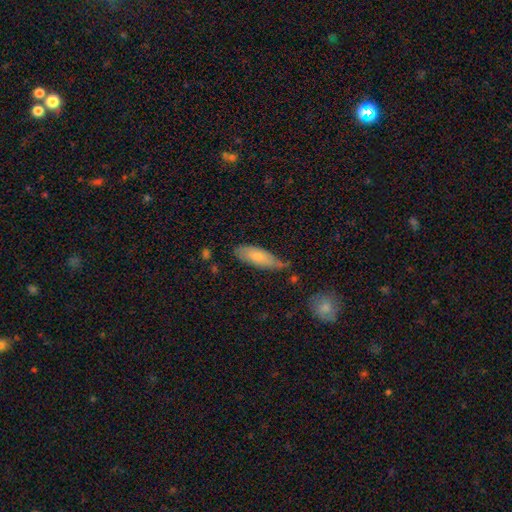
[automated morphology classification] smooth 69%, featured or disk 24%, star or artifact 7%. Down the decision tree: how rounded — in between (56%); merging — none (57%).